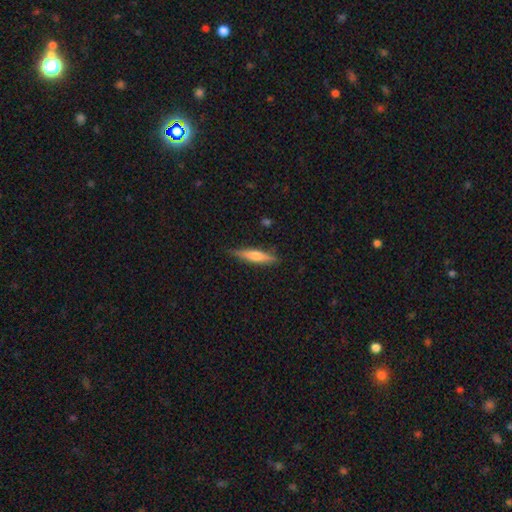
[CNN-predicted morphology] This is possibly a smooth galaxy (57%). How rounded: clearly cigar-shaped (84%). Merging: clearly none (83%).